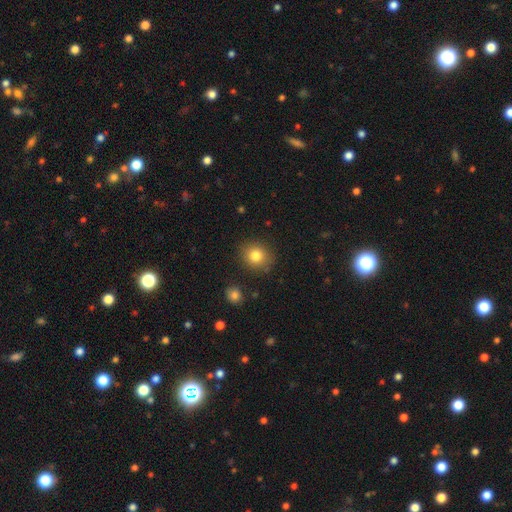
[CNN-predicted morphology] Smooth or featured: smooth — 81% (star or artifact — 11%)
How rounded: round — 76% (in between — 23%)
Merging: none — 85% (minor disturbance — 10%)